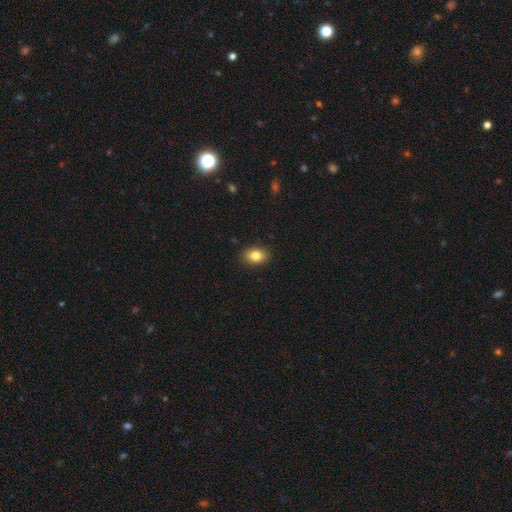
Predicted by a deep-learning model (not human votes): smooth-or-featured: smooth: 84% | star or artifact: 9% | featured or disk: 8%
  how-rounded: in between: 79% | round: 20% | cigar-shaped: 1%
  merging: none: 89% | minor disturbance: 8% | major disturbance: 2% | merger: 1%